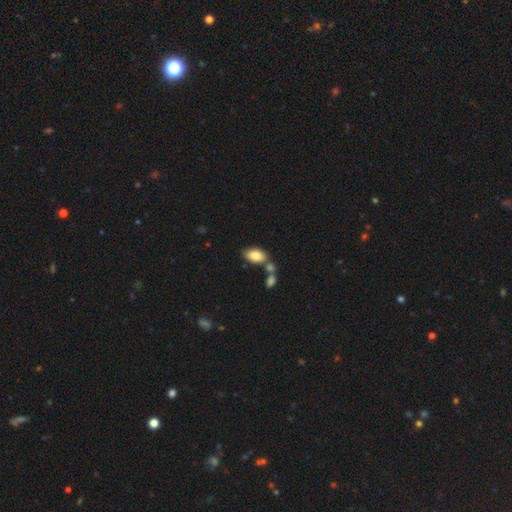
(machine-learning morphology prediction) The model was most divided on "merging": none: 58%, merger: 26%, minor disturbance: 13%, major disturbance: 4%. More confident: how rounded — in between (93%); smooth or featured — smooth (85%).